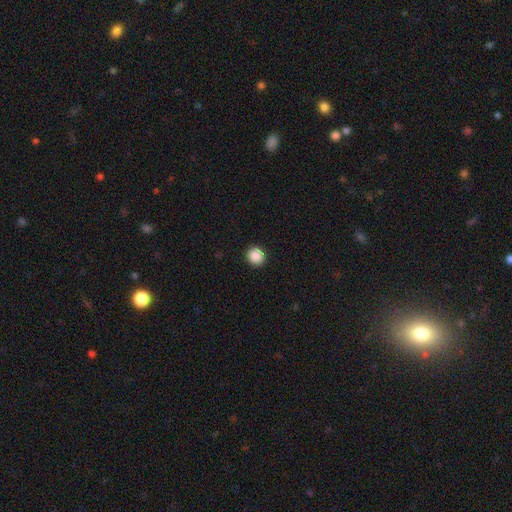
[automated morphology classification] Smooth or featured?
  - smooth: 88% *
  - star or artifact: 9%
  - featured or disk: 3%
How rounded?
  - round: 92% *
  - in between: 7%
  - cigar-shaped: 1%
Merging?
  - none: 92% *
  - minor disturbance: 5%
  - major disturbance: 2%
  - merger: 1%